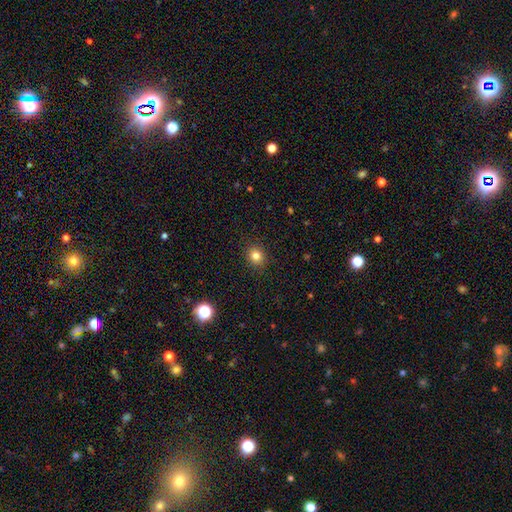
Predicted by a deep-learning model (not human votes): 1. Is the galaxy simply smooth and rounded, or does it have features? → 81% smooth, 13% star or artifact, 6% featured or disk.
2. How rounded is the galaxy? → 77% round, 22% in between, 1% cigar-shaped.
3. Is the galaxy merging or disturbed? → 90% none, 7% minor disturbance, 2% major disturbance, 1% merger.